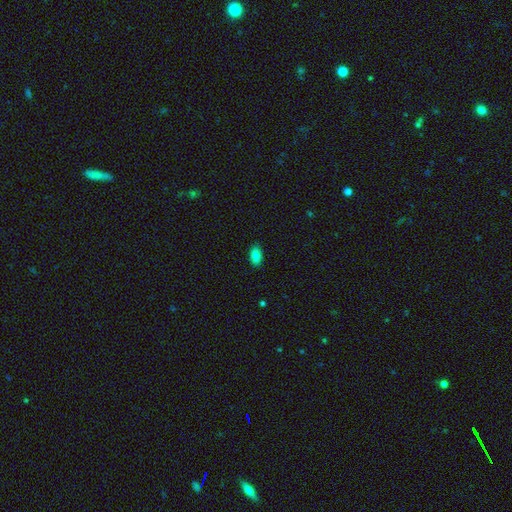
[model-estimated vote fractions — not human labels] Overall: smooth (85%). How rounded: in between (92%). Merging: none (88%).